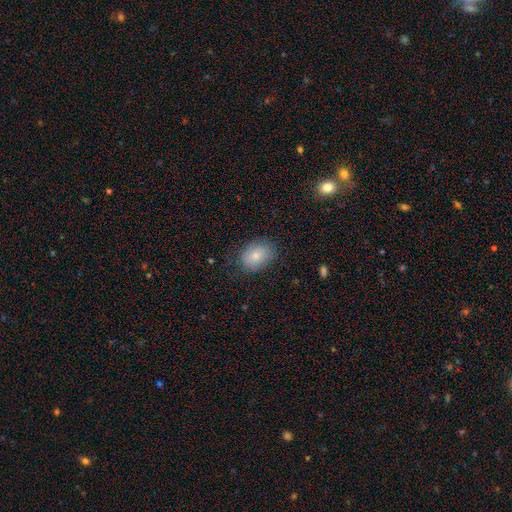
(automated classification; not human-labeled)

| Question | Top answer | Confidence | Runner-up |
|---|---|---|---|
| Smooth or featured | smooth | 81% | featured or disk (11%) |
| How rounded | in between | 75% | round (24%) |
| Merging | none | 78% | minor disturbance (17%) |